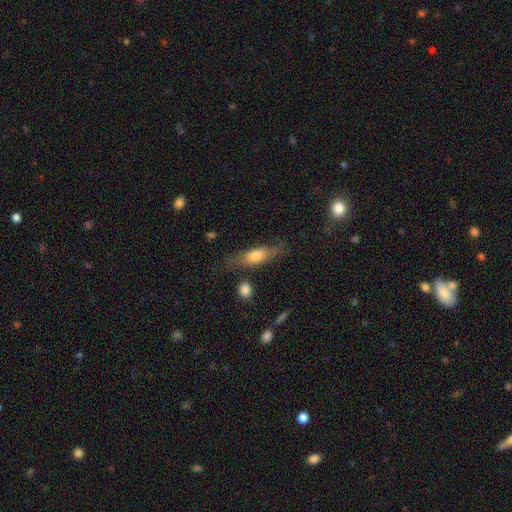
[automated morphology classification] Smooth or featured? Predicted: smooth (p=0.65). How rounded? Predicted: in between (p=0.59). Merging? Predicted: none (p=0.61).